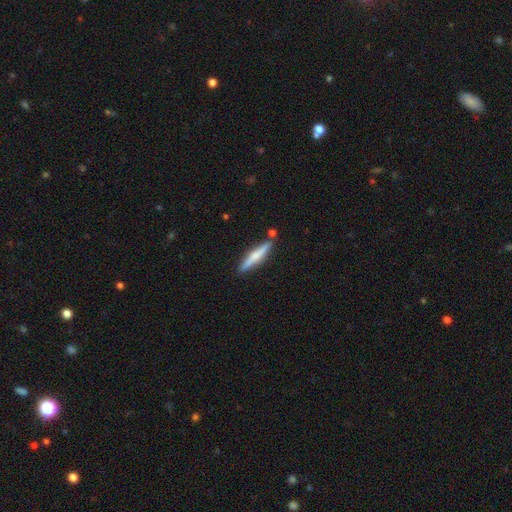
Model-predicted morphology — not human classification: Smooth or featured? Predicted: smooth (p=0.51). How rounded? Predicted: cigar-shaped (p=0.91). Merging? Predicted: none (p=0.82).